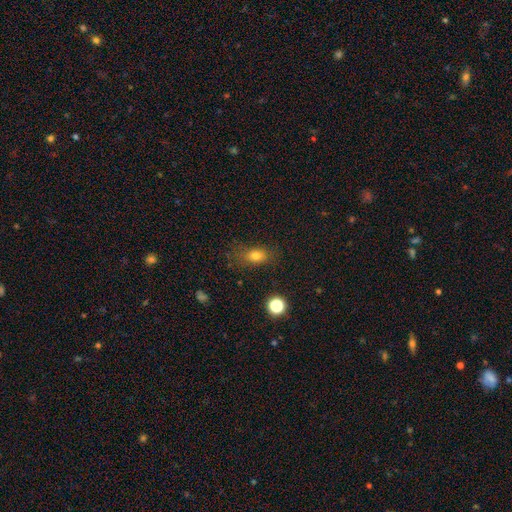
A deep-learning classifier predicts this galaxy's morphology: Smooth or featured?
  - smooth: 78% *
  - star or artifact: 13%
  - featured or disk: 9%
How rounded?
  - in between: 75% *
  - round: 20%
  - cigar-shaped: 4%
Merging?
  - none: 72% *
  - minor disturbance: 18%
  - major disturbance: 8%
  - merger: 2%